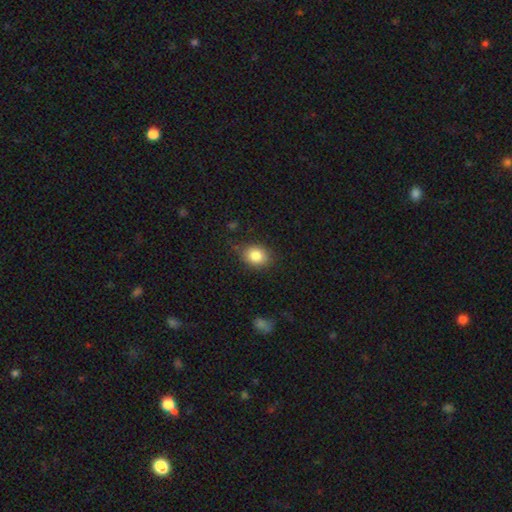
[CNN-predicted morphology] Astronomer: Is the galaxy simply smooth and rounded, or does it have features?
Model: smooth — 84%.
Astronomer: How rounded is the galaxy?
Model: in between — 51% (runner-up: round, 48%).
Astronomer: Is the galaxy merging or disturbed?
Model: none — 79%.